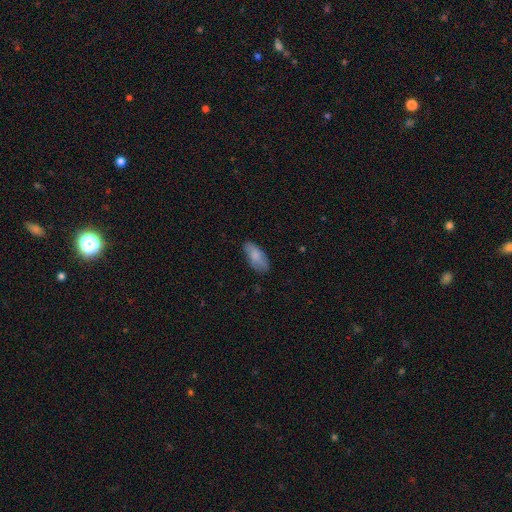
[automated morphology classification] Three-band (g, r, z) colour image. It shows a smooth galaxy with no disk features (79%) that is in between round and cigar-shaped (89%). Merging: none (73%).